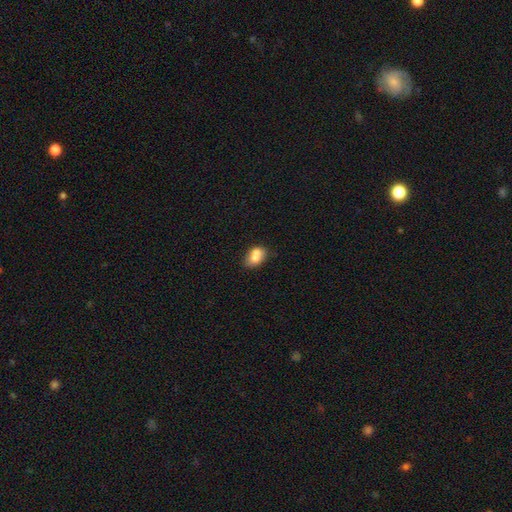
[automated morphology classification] Smooth or featured? Predicted: smooth (p=0.75). How rounded? Predicted: in between (p=0.79). Merging? Predicted: none (p=0.41).